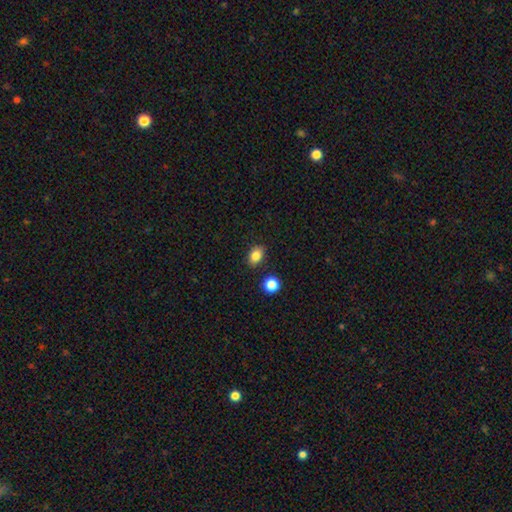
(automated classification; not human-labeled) smooth-or-featured: smooth: 84% | star or artifact: 10% | featured or disk: 6%
  how-rounded: in between: 76% | round: 23% | cigar-shaped: 1%
  merging: none: 85% | minor disturbance: 9% | merger: 4% | major disturbance: 2%